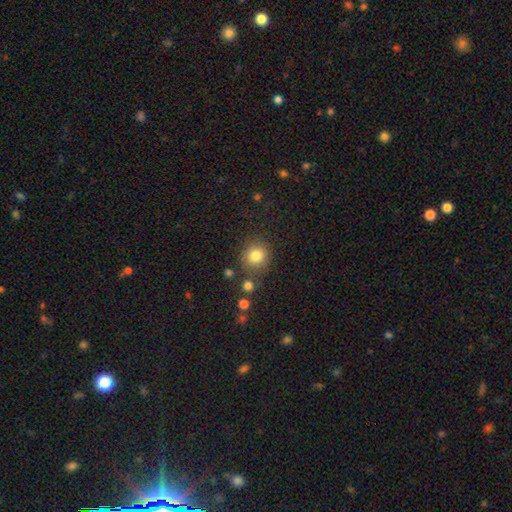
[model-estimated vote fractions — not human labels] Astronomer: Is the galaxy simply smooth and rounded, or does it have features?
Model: smooth — 83%.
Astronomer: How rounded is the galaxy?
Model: round — 87%.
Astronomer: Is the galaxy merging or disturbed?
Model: none — 81%.